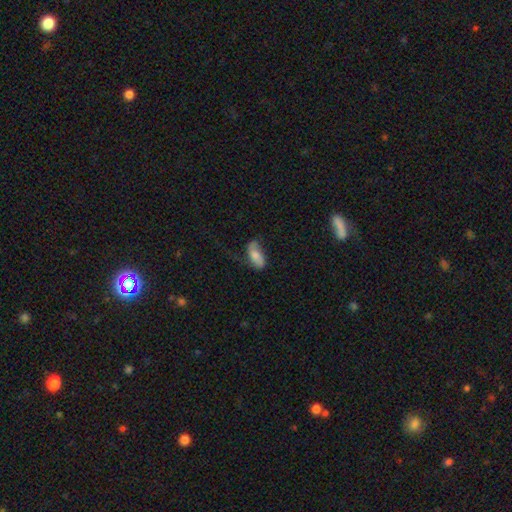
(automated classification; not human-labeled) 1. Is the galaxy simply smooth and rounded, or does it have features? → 62% smooth, 31% featured or disk, 7% star or artifact.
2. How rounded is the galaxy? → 86% in between, 11% cigar-shaped, 3% round.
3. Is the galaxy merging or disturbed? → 55% none, 30% minor disturbance, 13% major disturbance, 2% merger.